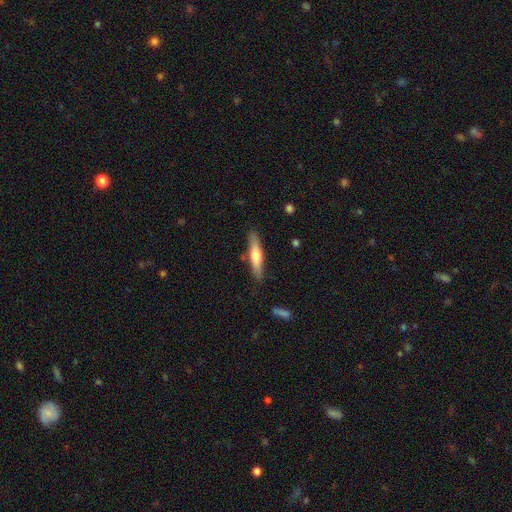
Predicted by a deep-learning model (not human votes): smooth-or-featured: smooth: 50% | featured or disk: 45% | star or artifact: 6%
  merging: none: 85% | minor disturbance: 10% | merger: 2% | major disturbance: 2%